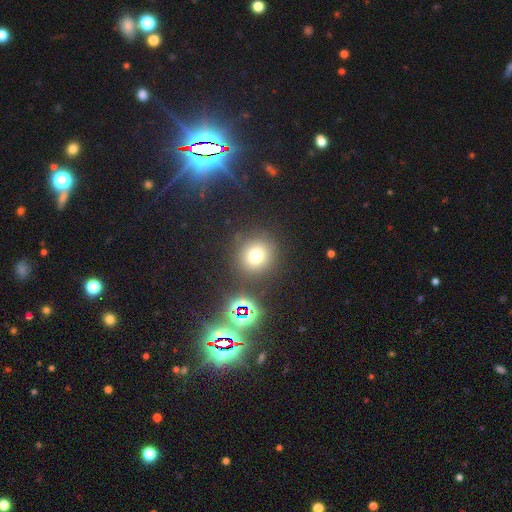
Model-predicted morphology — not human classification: Overall: smooth (69%). How rounded: round (91%). Merging: none (83%).